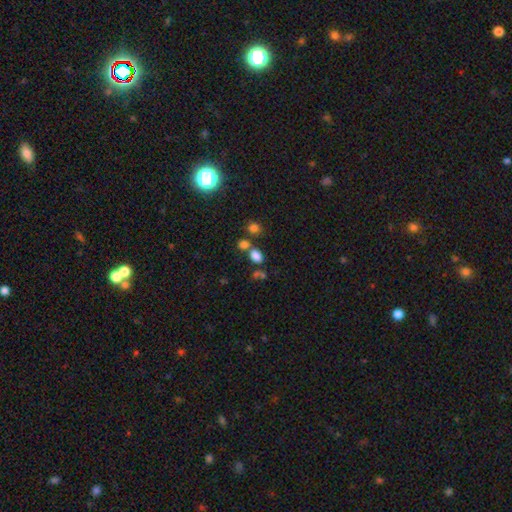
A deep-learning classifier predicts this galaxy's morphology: The model was most divided on "merging": none: 55%, merger: 27%, minor disturbance: 12%, major disturbance: 5%. More confident: smooth or featured — smooth (78%); how rounded — in between (71%).